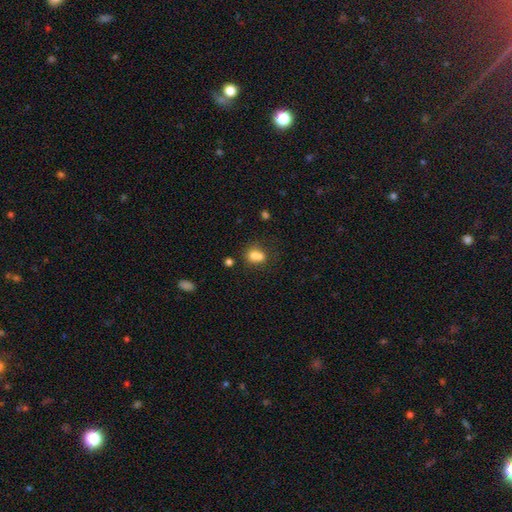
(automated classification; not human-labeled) Morphology: type=smooth (72%); roundness=round (66%); merging=merger (56%).